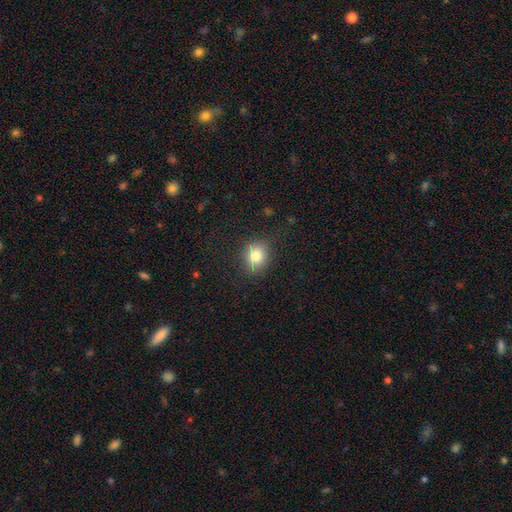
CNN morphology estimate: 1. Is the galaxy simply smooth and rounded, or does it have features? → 80% smooth, 11% star or artifact, 9% featured or disk.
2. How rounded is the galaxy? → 62% round, 36% in between, 1% cigar-shaped.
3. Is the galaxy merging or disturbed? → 81% none, 14% minor disturbance, 4% major disturbance, 1% merger.